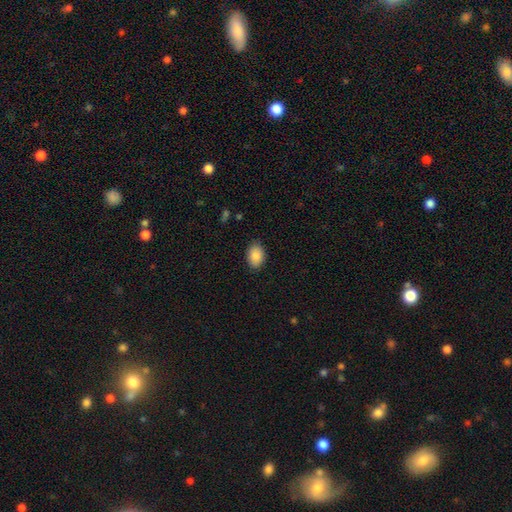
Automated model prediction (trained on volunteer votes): A smooth galaxy with no disk features (88%) that is in between round and cigar-shaped (84%). Merging: none (86%).